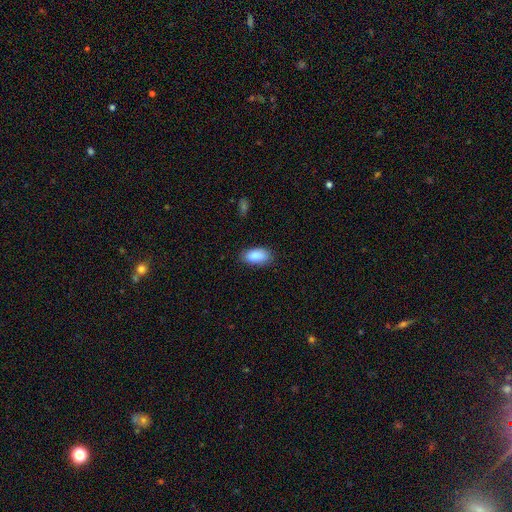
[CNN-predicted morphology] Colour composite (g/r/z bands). It shows a smooth galaxy with no disk features (89%) that is in between round and cigar-shaped (93%). Merging: none (82%).